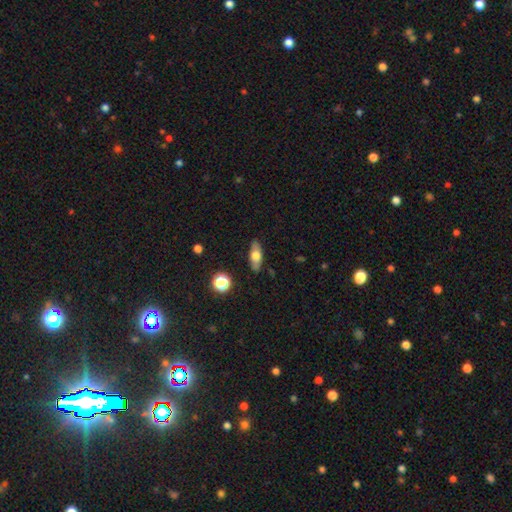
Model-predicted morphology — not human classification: Smooth or featured: smooth — 61% (featured or disk — 31%)
How rounded: in between — 73% (cigar-shaped — 21%)
Merging: none — 86% (minor disturbance — 11%)